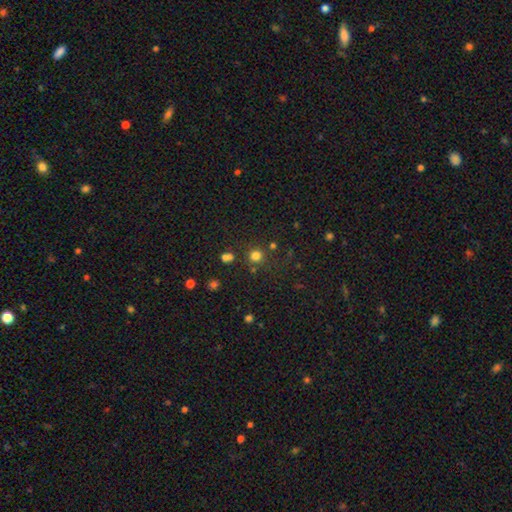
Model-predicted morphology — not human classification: smooth-or-featured: smooth: 77% | star or artifact: 18% | featured or disk: 5%
  how-rounded: round: 90% | in between: 9% | cigar-shaped: 1%
  merging: none: 79% | minor disturbance: 9% | merger: 8% | major disturbance: 4%